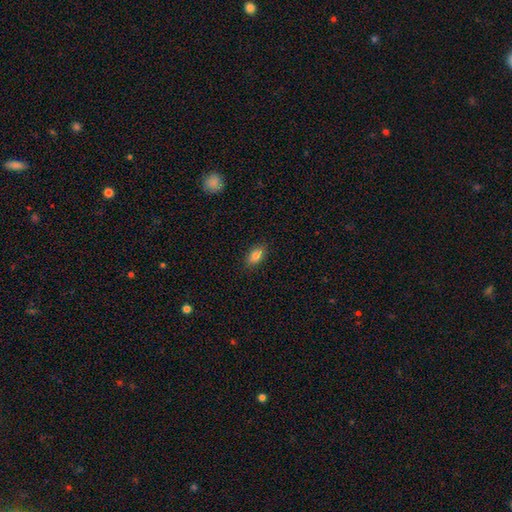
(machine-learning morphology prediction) This appears to be a smooth galaxy with no disk features (84%) that is in between round and cigar-shaped (89%). Merging: none (86%).